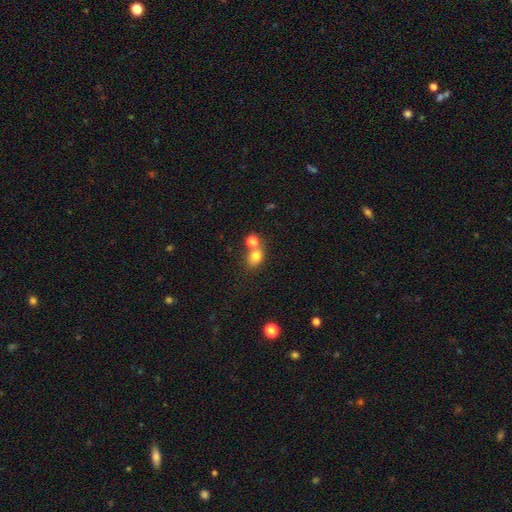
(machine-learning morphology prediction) This appears to be a smooth galaxy with no disk features (78%) that is round (53%). Merging: merger (44%).